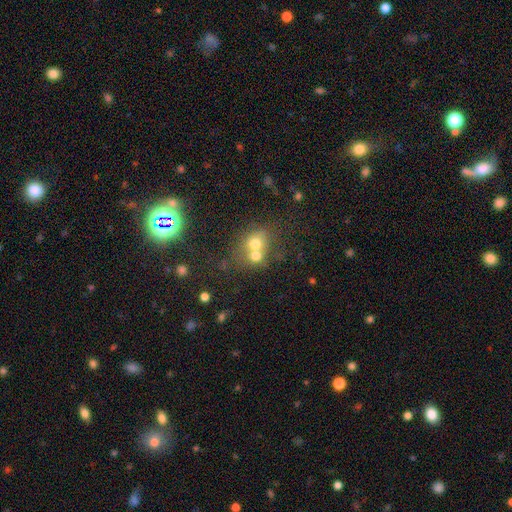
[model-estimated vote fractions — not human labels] smooth-or-featured: smooth: 65% | featured or disk: 21% | star or artifact: 14%
  how-rounded: round: 67% | in between: 32% | cigar-shaped: 1%
  merging: merger: 62% | none: 28% | minor disturbance: 6% | major disturbance: 4%